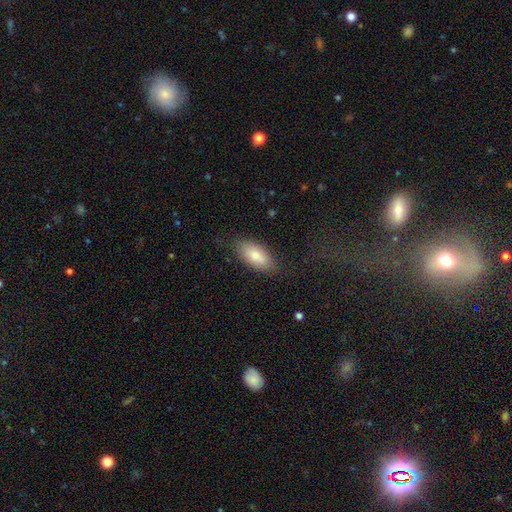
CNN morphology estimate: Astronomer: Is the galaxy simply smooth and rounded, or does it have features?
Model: smooth — 81%.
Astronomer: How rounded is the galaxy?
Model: in between — 90%.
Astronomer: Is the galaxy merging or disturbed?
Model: none — 79%.